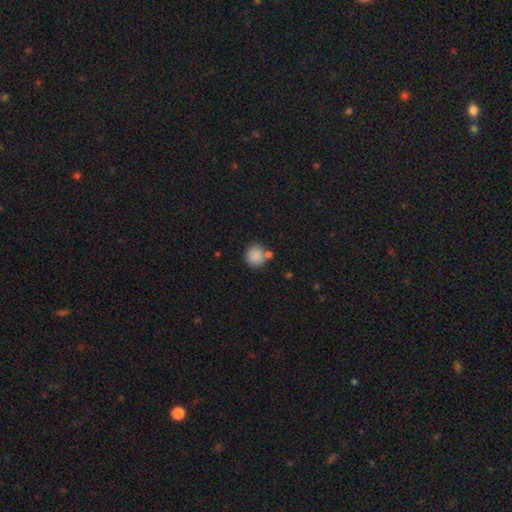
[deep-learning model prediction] Smooth or featured? Predicted: smooth (p=0.86). How rounded? Predicted: round (p=0.89). Merging? Predicted: none (p=0.67).